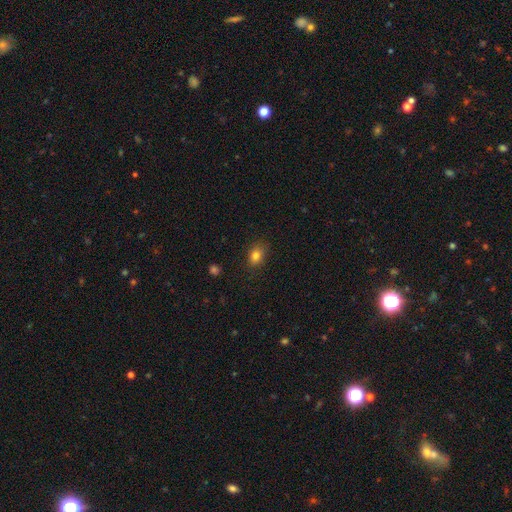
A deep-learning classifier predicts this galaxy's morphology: smooth-or-featured: smooth: 81% | star or artifact: 12% | featured or disk: 7%
  how-rounded: in between: 65% | round: 34% | cigar-shaped: 1%
  merging: none: 83% | minor disturbance: 13% | major disturbance: 3% | merger: 1%